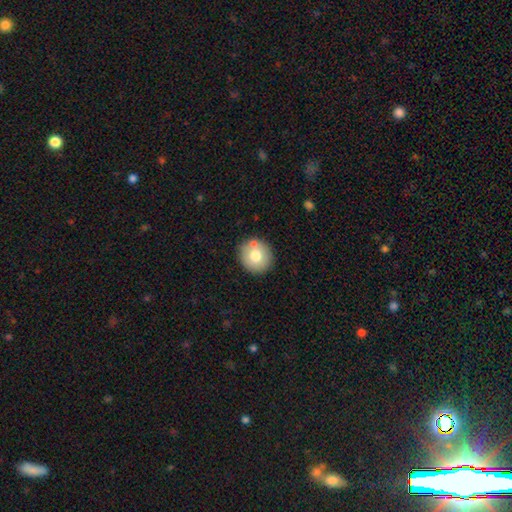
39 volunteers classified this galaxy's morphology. Smooth or featured? smooth (69%)
How rounded? round (93%)
Merging? none (86%)